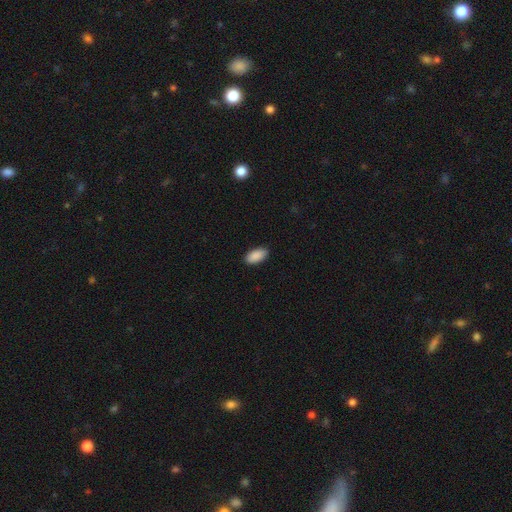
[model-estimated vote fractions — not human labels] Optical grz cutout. It shows a smooth galaxy with no disk features (91%) that is in between round and cigar-shaped (94%). Merging: none (89%).